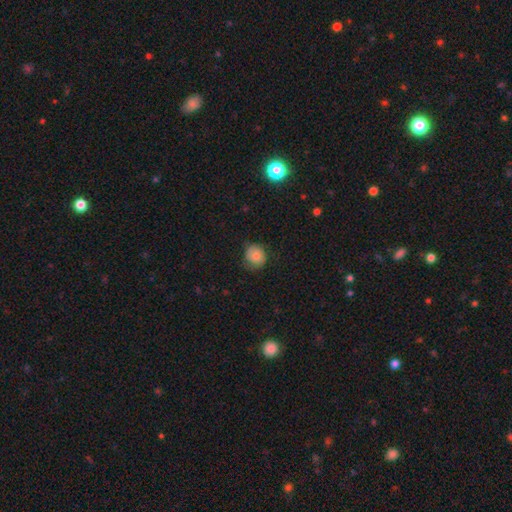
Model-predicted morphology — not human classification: smooth-or-featured: smooth: 80% | featured or disk: 12% | star or artifact: 8%
  how-rounded: round: 85% | in between: 14% | cigar-shaped: 1%
  merging: none: 68% | minor disturbance: 25% | major disturbance: 6% | merger: 1%